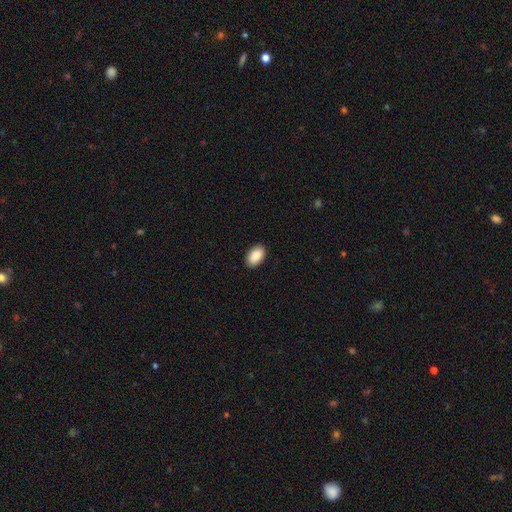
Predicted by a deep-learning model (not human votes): The model was most divided on "merging": none: 90%, minor disturbance: 7%, major disturbance: 2%, merger: 1%. More confident: how rounded — in between (93%); smooth or featured — smooth (91%).